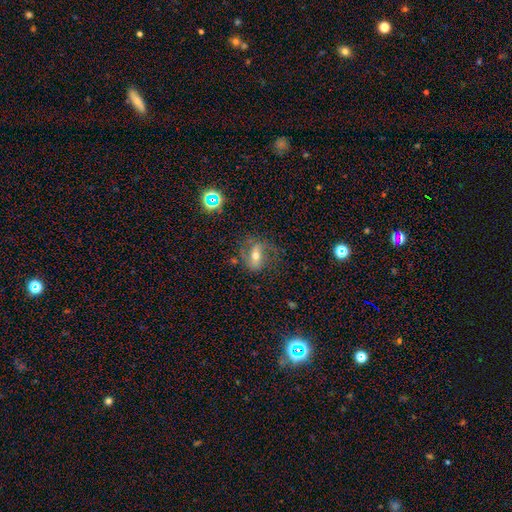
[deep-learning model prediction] Q: Smooth or featured?
A: featured or disk (57%); runner-up: smooth (29%)
Q: Edge-on disk?
A: no (91%); runner-up: yes (9%)
Q: Bar?
A: strong (45%); runner-up: weak (30%)
Q: Spiral arms?
A: yes (78%); runner-up: no (22%)
Q: Bulge size?
A: moderate (68%); runner-up: small (23%)
Q: Merging?
A: none (62%); runner-up: minor disturbance (21%)